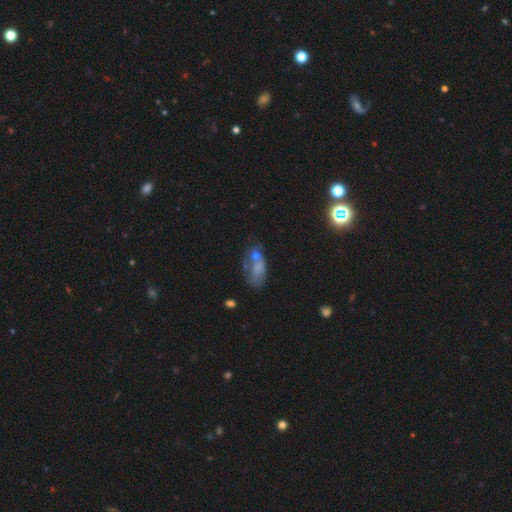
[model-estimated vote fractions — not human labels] A smooth galaxy with no disk features (38%). Merging: none (56%).